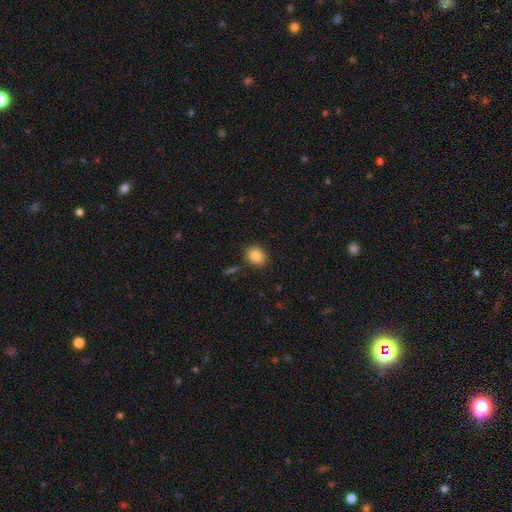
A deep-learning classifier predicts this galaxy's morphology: A smooth galaxy with no disk features (85%) that is round (55%). Merging: none (86%).